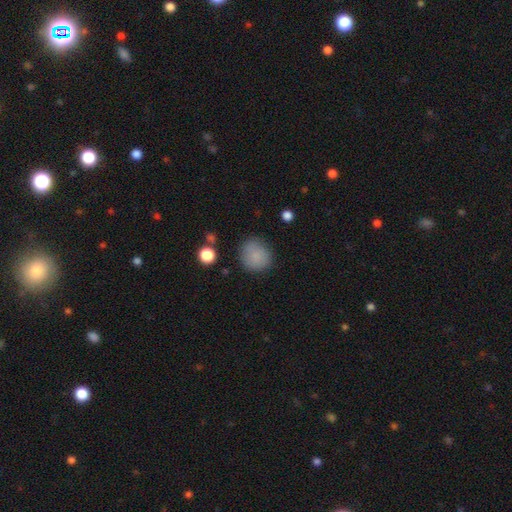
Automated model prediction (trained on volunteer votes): Overall: smooth (85%). How rounded: round (86%). Merging: none (80%).